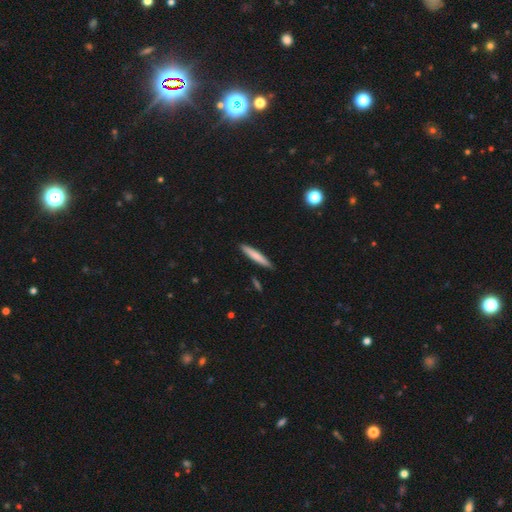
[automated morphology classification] smooth_or_featured: smooth (p=0.75) [alt: featured or disk p=0.20]
how_rounded: cigar-shaped (p=0.94) [alt: in between p=0.05]
merging: none (p=0.88) [alt: minor disturbance p=0.08]